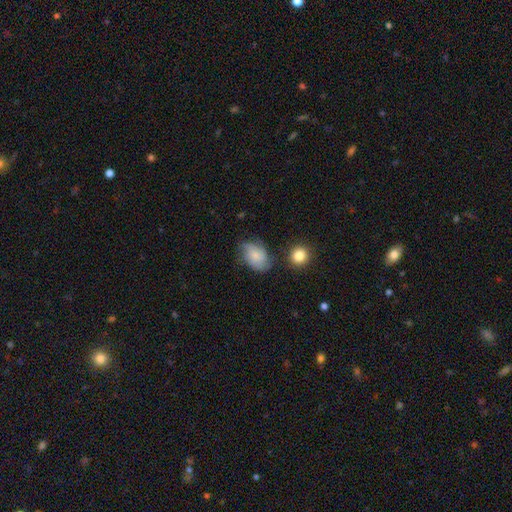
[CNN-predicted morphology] This appears to be a smooth galaxy with no disk features (54%) that is in between round and cigar-shaped (75%). Merging: none (56%).